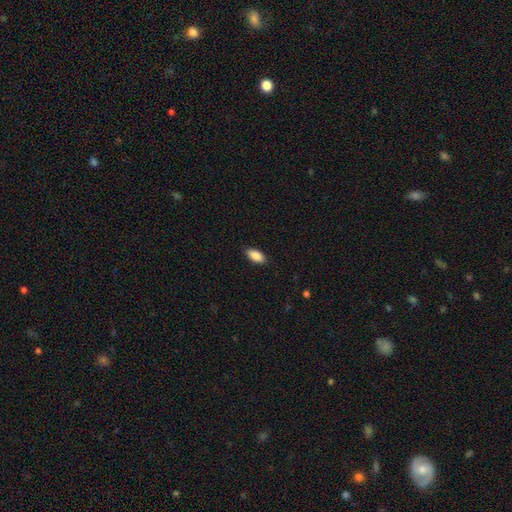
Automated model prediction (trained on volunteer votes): Q: Smooth or featured?
A: smooth (88%); runner-up: star or artifact (7%)
Q: How rounded?
A: in between (90%); runner-up: cigar-shaped (8%)
Q: Merging?
A: none (87%); runner-up: minor disturbance (10%)